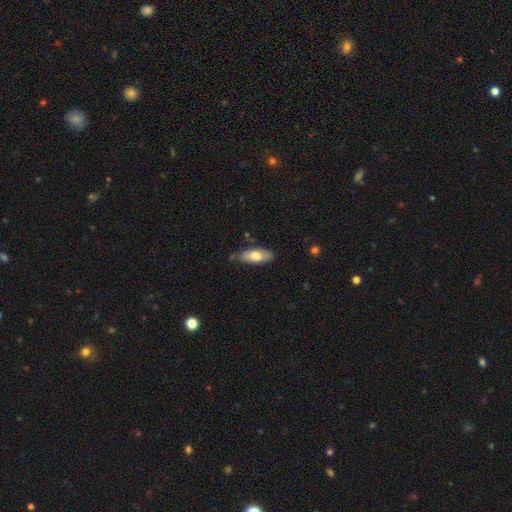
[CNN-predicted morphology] Overall: smooth (73%). How rounded: in between (77%). Merging: none (70%).